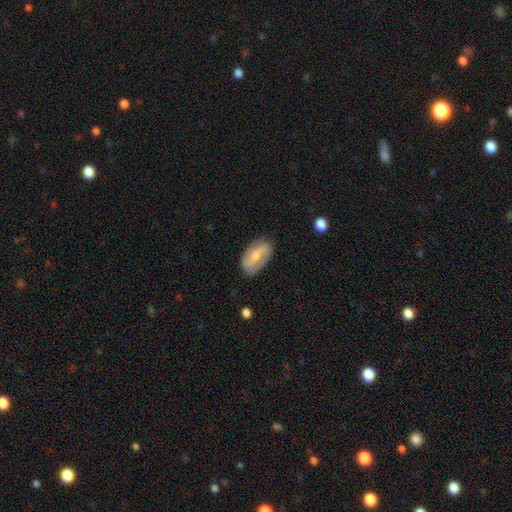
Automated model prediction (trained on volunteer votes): A featured or disk galaxy (51%). Merging: none (78%).